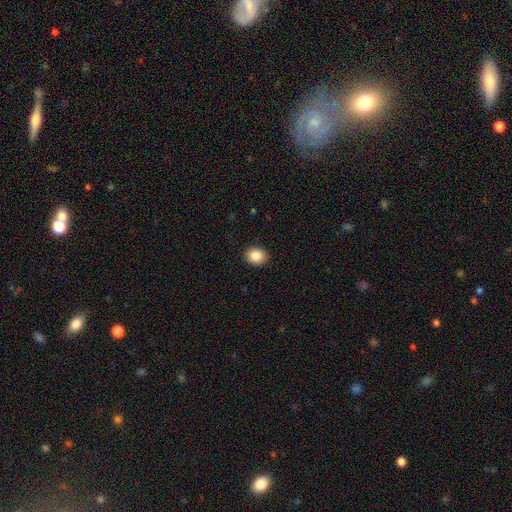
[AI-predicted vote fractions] smooth 87%, star or artifact 9%, featured or disk 5%. Down the decision tree: how rounded — round (58%); merging — none (91%).